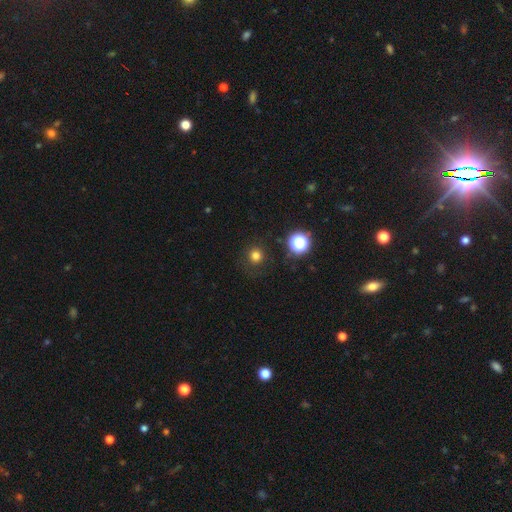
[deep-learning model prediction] The model was most divided on "smooth or featured": smooth: 77%, star or artifact: 18%, featured or disk: 6%. More confident: how rounded — round (93%); merging — none (85%).